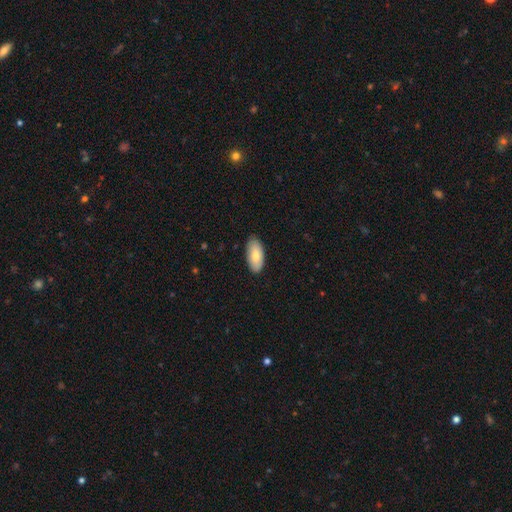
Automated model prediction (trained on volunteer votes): Smooth or featured? smooth (78%)
How rounded? in between (94%)
Merging? none (87%)